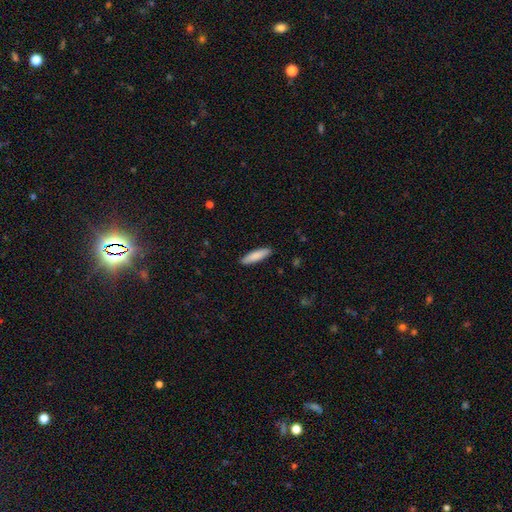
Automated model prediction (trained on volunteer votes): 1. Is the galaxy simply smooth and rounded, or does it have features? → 85% smooth, 10% featured or disk, 5% star or artifact.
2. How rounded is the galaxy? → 73% cigar-shaped, 26% in between, 1% round.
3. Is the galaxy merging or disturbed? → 90% none, 7% minor disturbance, 2% major disturbance, 1% merger.